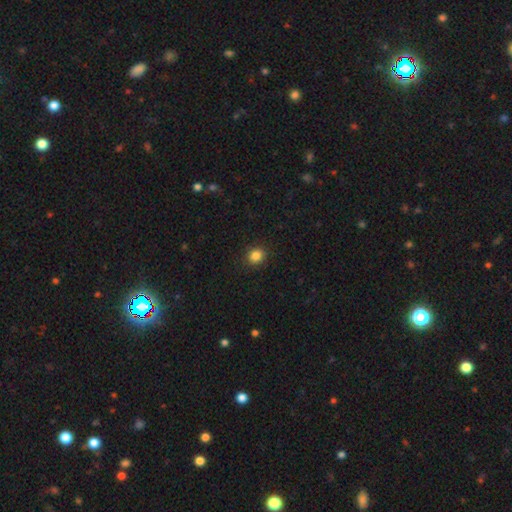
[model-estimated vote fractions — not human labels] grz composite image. It shows a smooth galaxy with no disk features (85%) that is round (77%). Merging: none (90%).